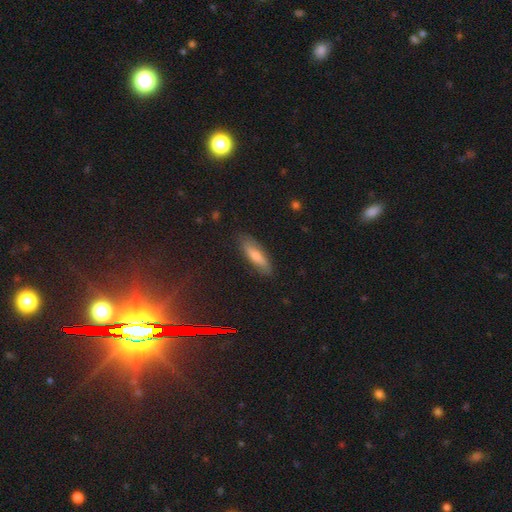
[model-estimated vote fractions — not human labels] Overall: smooth (60%; featured or disk 29%). How rounded: cigar-shaped (60%; in between 38%). Merging: none (84%).